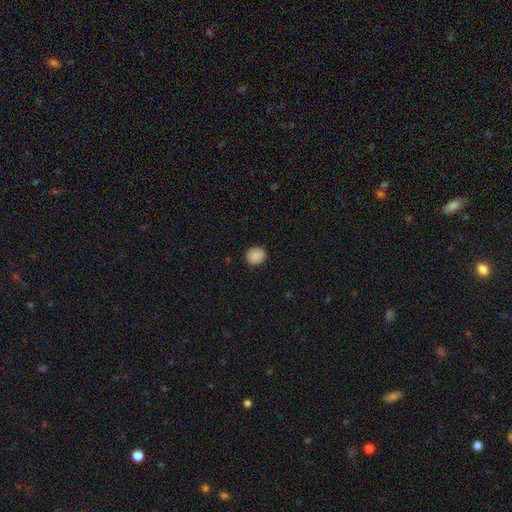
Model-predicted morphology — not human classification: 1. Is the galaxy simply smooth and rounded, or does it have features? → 88% smooth, 9% star or artifact, 3% featured or disk.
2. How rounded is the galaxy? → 86% round, 13% in between, 1% cigar-shaped.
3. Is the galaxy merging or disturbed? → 89% none, 8% minor disturbance, 2% major disturbance, 1% merger.